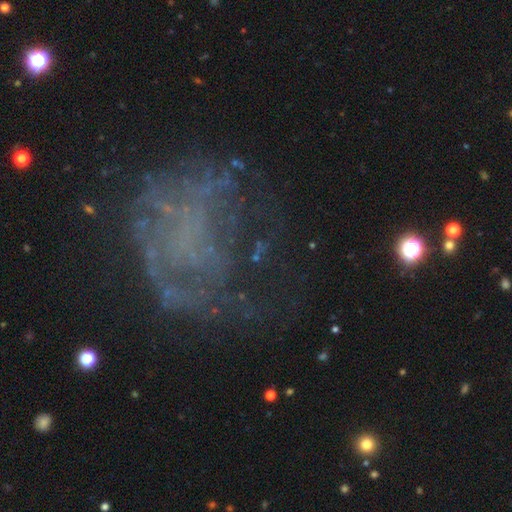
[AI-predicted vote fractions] smooth-or-featured: featured or disk: 61% | star or artifact: 21% | smooth: 18%
  disk-edge-on: no: 98% | yes: 2%
    bar: no: 87% | weak: 10% | strong: 3%
    has-spiral-arms: no: 67% | yes: 33%
    bulge-size: none: 77% | small: 13% | moderate: 6% | large: 2% | dominant: 1%
  merging: none: 43% | major disturbance: 36% | minor disturbance: 17% | merger: 4%